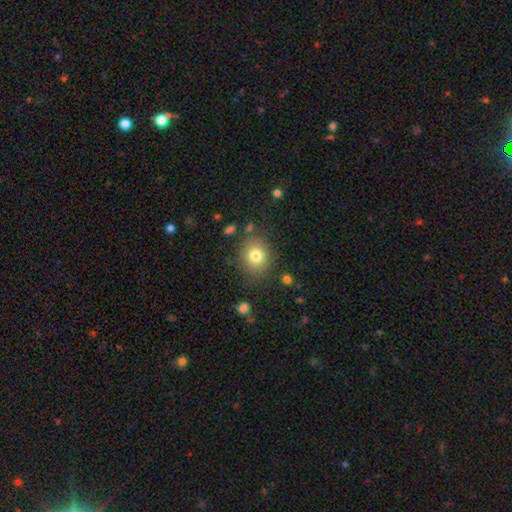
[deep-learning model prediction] Morphology: type=smooth (78%); roundness=round (69%); merging=none (81%).